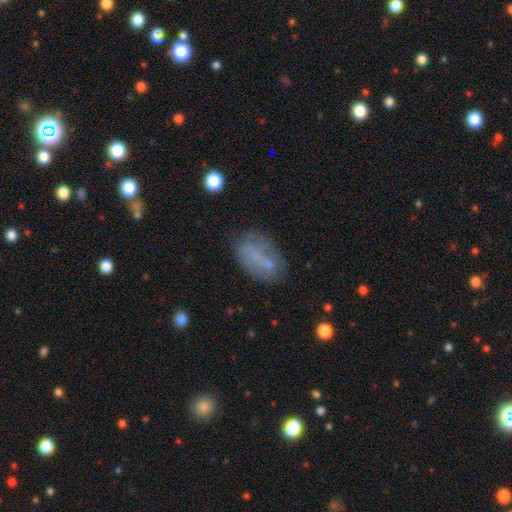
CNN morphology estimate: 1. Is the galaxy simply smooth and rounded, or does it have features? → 53% smooth, 36% featured or disk, 11% star or artifact.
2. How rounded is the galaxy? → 88% in between, 7% round, 5% cigar-shaped.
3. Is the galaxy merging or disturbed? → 58% none, 24% minor disturbance, 13% major disturbance, 6% merger.